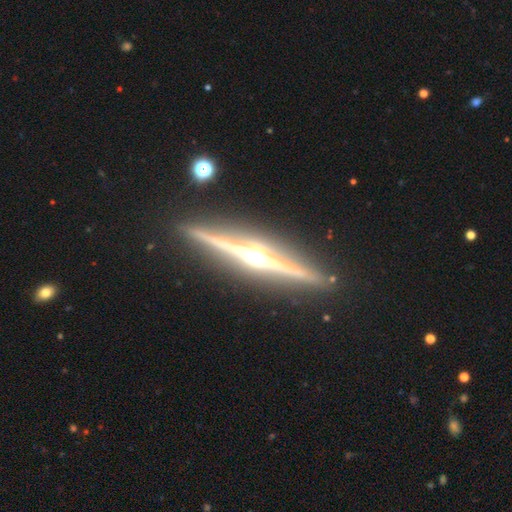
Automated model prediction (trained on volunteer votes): Morphology: type=featured or disk (87%); edge-on=yes (98%); edge-on bulge=rounded (92%); merging=none (89%).